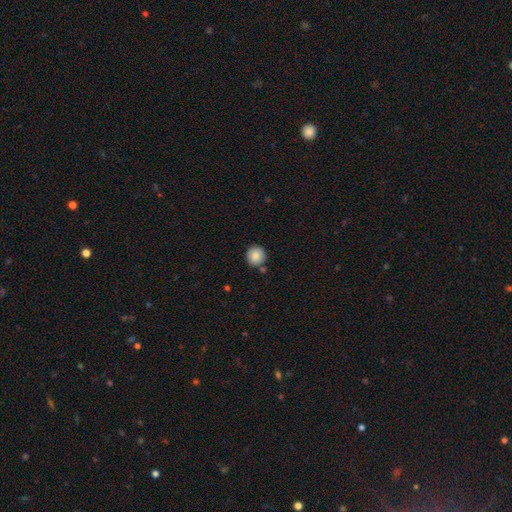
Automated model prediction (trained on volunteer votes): Smooth or featured?
  - smooth: 85% *
  - star or artifact: 8%
  - featured or disk: 7%
How rounded?
  - round: 93% *
  - in between: 6%
  - cigar-shaped: 1%
Merging?
  - none: 82% *
  - minor disturbance: 9%
  - merger: 6%
  - major disturbance: 2%